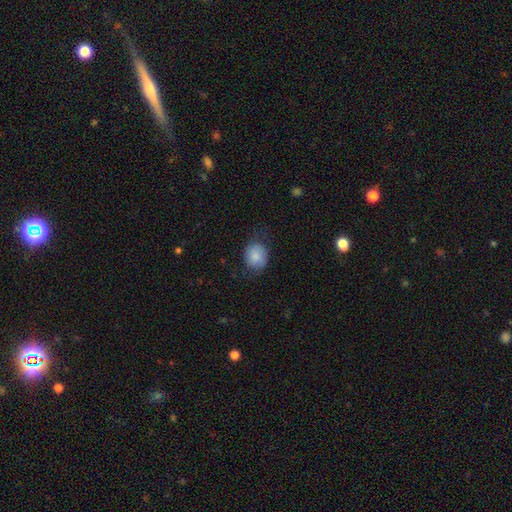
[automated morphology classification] type=smooth (84%); roundness=round (59%); merging=none (68%).